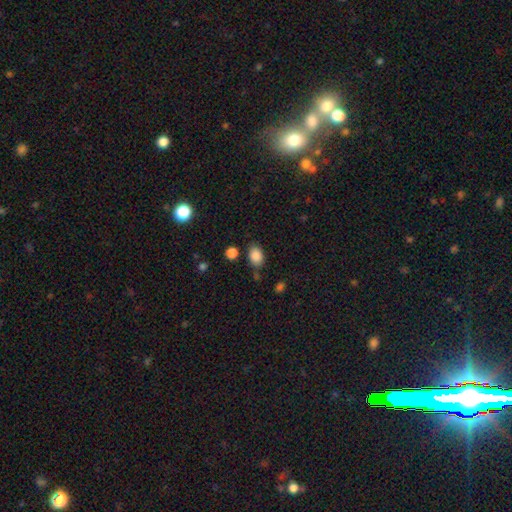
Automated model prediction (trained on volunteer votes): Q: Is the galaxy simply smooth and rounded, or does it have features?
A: smooth — 87%.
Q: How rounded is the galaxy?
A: in between — 77%.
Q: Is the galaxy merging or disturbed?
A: none — 76%.